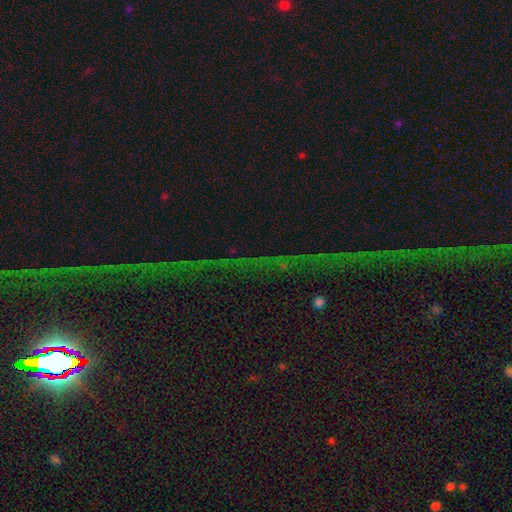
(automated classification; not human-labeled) star or artifact 73%, featured or disk 15%, smooth 12%.